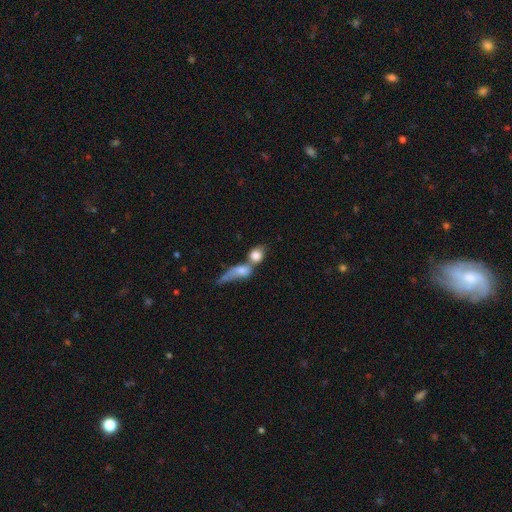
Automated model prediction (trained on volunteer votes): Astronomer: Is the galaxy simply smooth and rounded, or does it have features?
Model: smooth — 75%.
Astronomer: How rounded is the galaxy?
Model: round — 51% (runner-up: in between, 41%).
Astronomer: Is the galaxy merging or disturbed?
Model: merger — 66%.